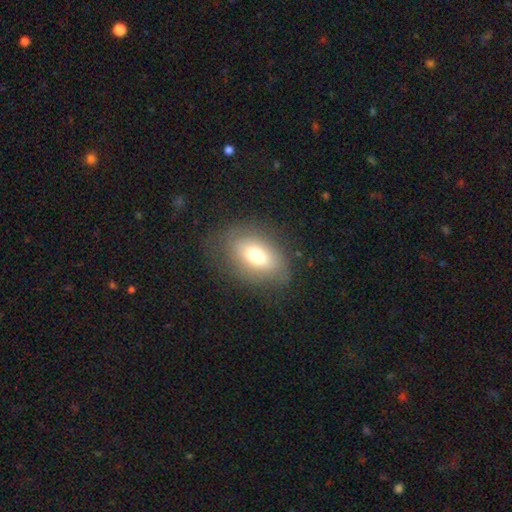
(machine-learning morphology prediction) The model was most divided on "smooth or featured": smooth: 69%, featured or disk: 21%, star or artifact: 10%. More confident: how rounded — in between (83%); merging — none (72%).